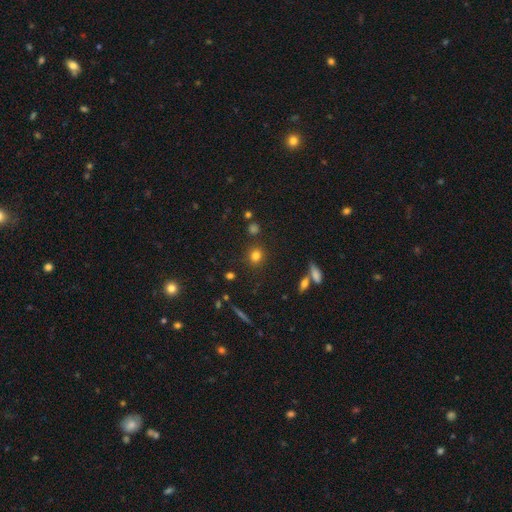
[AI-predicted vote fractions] Morphology: type=smooth (79%); roundness=round (79%); merging=none (85%).